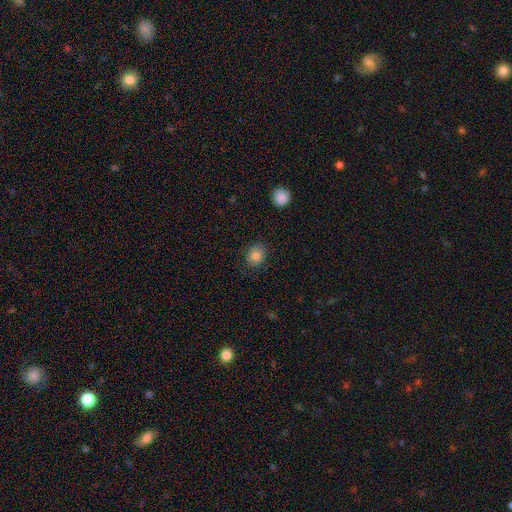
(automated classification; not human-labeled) This is clearly a smooth galaxy (80%). How rounded: likely round (63%). Merging: clearly none (86%).